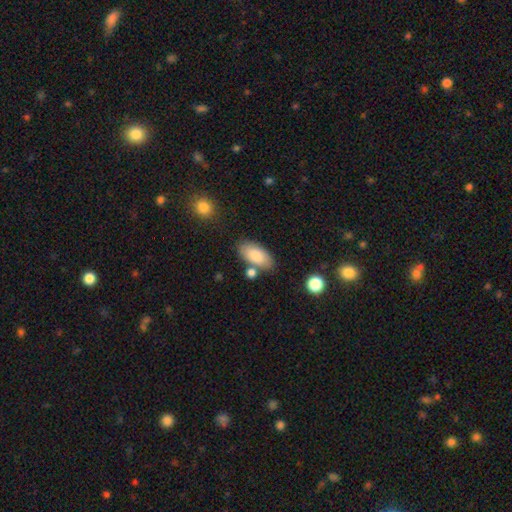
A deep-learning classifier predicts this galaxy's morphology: Smooth or featured? Predicted: smooth (p=0.85). How rounded? Predicted: in between (p=0.92). Merging? Predicted: none (p=0.72).